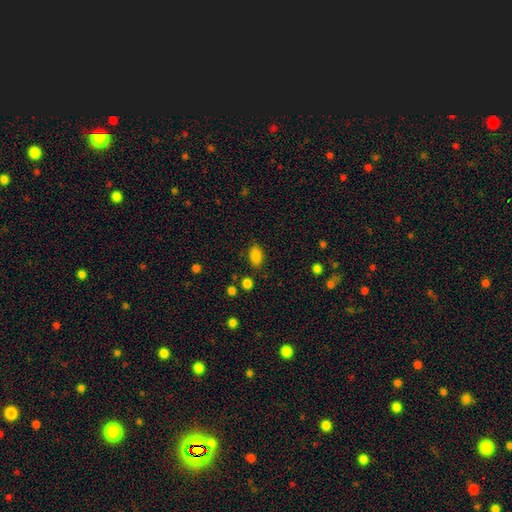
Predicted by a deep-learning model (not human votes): This is clearly a smooth galaxy (85%). How rounded: clearly in between (87%). Merging: clearly none (82%).